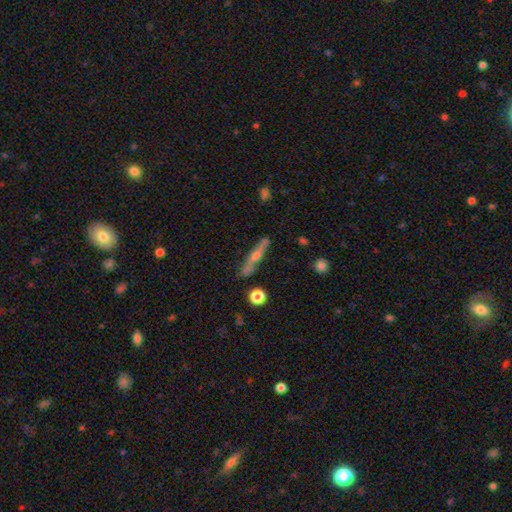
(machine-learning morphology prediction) This appears to be a featured or disk galaxy (57%) viewed edge-on (91%) with a rounded central bulge (78%). Merging: none (81%).